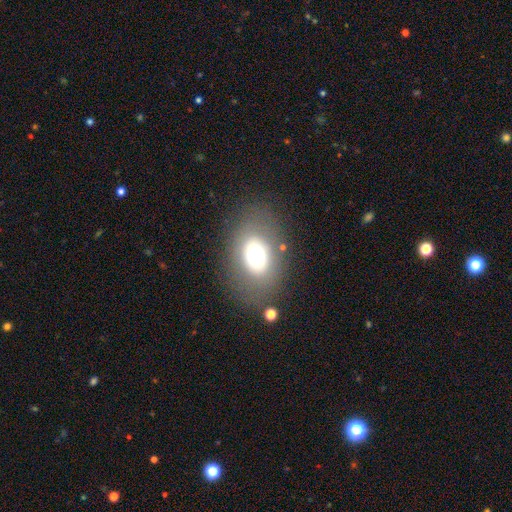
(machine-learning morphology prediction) The model was most divided on "how rounded": in between: 70%, round: 29%, cigar-shaped: 1%. More confident: merging — none (78%); smooth or featured — smooth (63%).